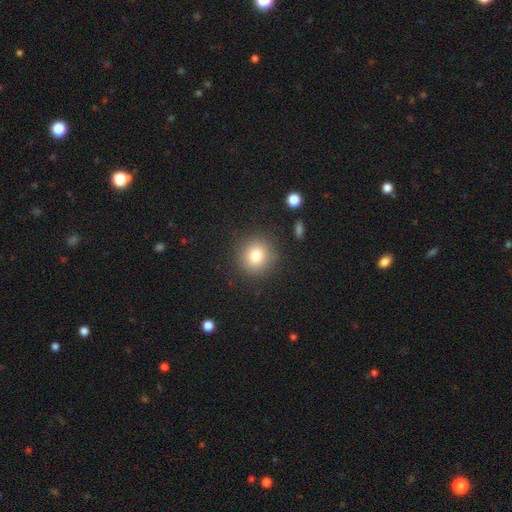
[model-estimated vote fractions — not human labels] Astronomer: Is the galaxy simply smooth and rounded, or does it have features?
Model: smooth — 79%.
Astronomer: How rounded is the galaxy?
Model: round — 91%.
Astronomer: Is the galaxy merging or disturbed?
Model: none — 88%.